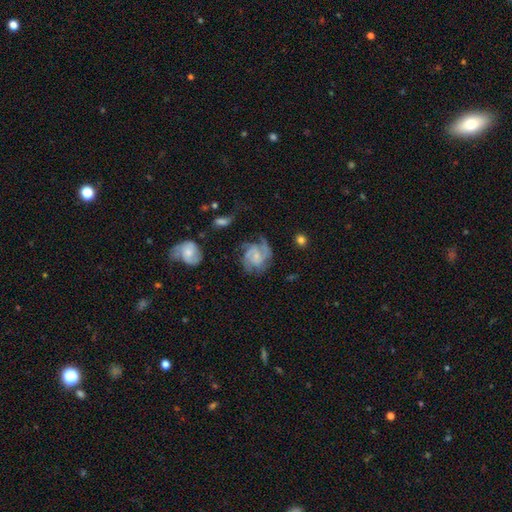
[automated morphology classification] This is clearly a featured or disk galaxy (83%). It is clearly not viewed edge-on (98%). Bar: possibly no (52%). Spiral arm pattern: clearly yes (96%). Spiral arm count: possibly 2 (49%). Spiral winding: possibly medium (46%). Central bulge: possibly small (57%). Merging: possibly none (60%).